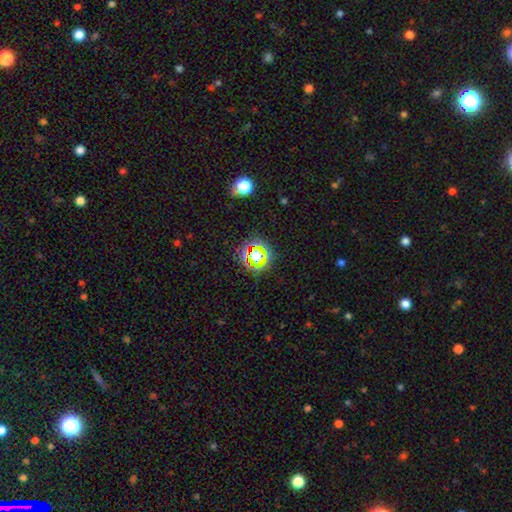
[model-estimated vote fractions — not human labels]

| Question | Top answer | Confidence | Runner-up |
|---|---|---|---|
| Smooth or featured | star or artifact | 59% | smooth (28%) |